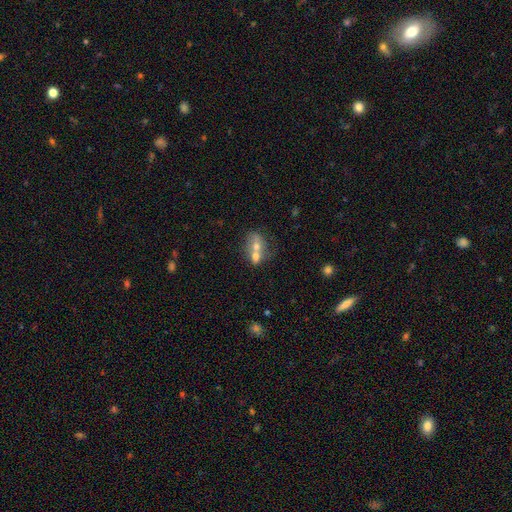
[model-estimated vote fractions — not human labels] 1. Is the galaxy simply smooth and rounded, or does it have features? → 62% smooth, 29% featured or disk, 10% star or artifact.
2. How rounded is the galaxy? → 61% in between, 36% round, 3% cigar-shaped.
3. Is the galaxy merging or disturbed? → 72% merger, 17% none, 7% minor disturbance, 4% major disturbance.